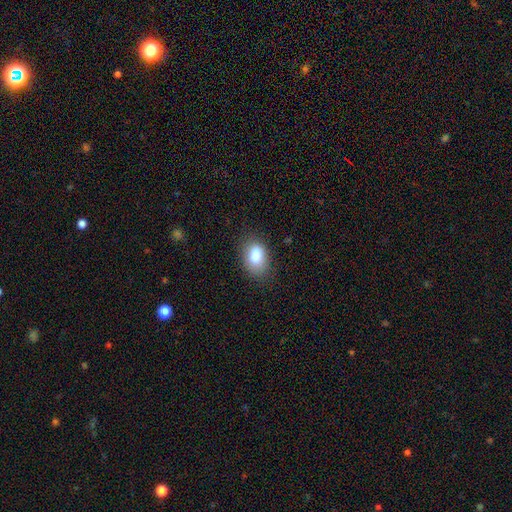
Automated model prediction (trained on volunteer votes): smooth_or_featured: smooth (p=0.84) [alt: star or artifact p=0.08]
how_rounded: in between (p=0.86) [alt: round p=0.12]
merging: none (p=0.75) [alt: minor disturbance p=0.19]